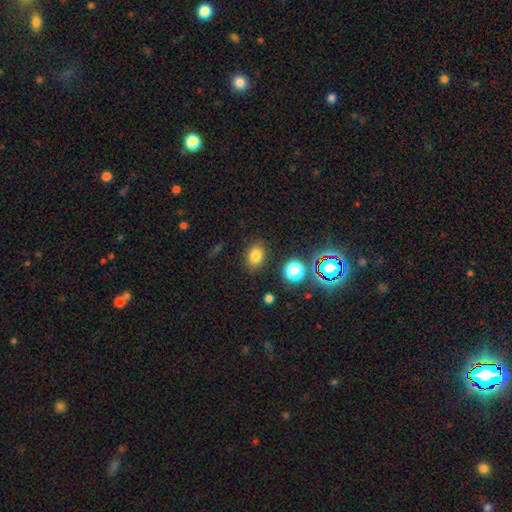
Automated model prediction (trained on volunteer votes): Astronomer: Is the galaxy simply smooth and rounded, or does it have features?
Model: smooth — 77%.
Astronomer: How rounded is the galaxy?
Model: in between — 62%.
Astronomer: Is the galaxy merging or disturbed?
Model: none — 84%.